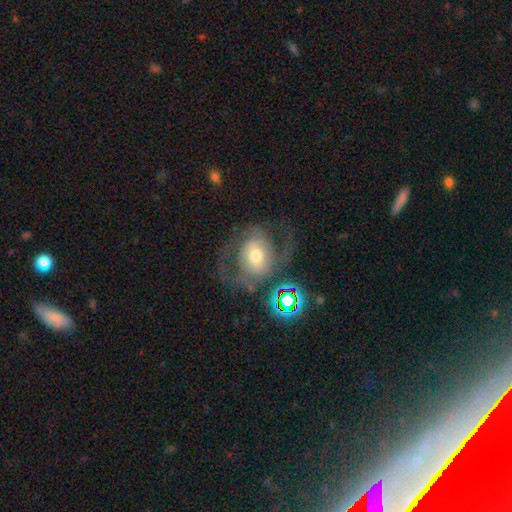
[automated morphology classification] Smooth or featured?
  - featured or disk: 69% *
  - smooth: 21%
  - star or artifact: 10%
Edge-on disk?
  - no: 96% *
  - yes: 4%
Bar?
  - no: 45% *
  - weak: 37%
  - strong: 18%
Spiral arms?
  - yes: 78% *
  - no: 22%
Spiral winding?
  - medium: 48% *
  - loose: 28%
  - tight: 23%
Spiral arm count?
  - 2: 77% *
  - can't tell: 13%
  - 1: 4%
  - 3: 3%
  - 4: 1%
  - more than 4: 1%
Bulge size?
  - moderate: 65% *
  - small: 22%
  - large: 10%
  - dominant: 2%
  - none: 1%
Merging?
  - none: 56% *
  - major disturbance: 23%
  - minor disturbance: 17%
  - merger: 4%